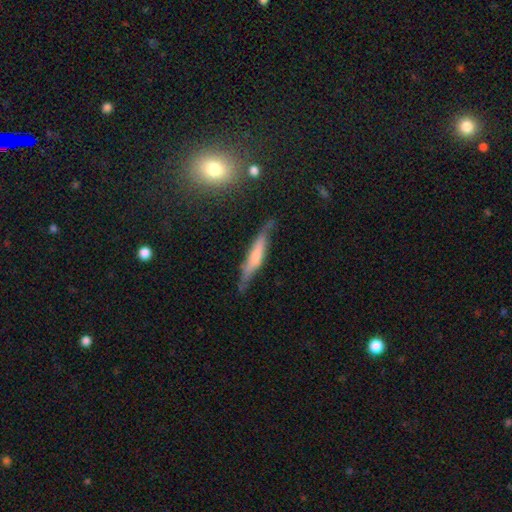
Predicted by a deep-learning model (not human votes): This is possibly a featured or disk galaxy (48%). Merging: likely none (63%).